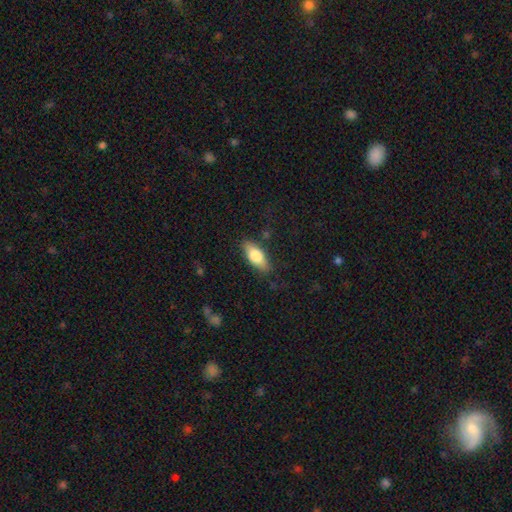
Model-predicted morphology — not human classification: A smooth galaxy with no disk features (71%) that is in between round and cigar-shaped (77%). Merging: none (82%).